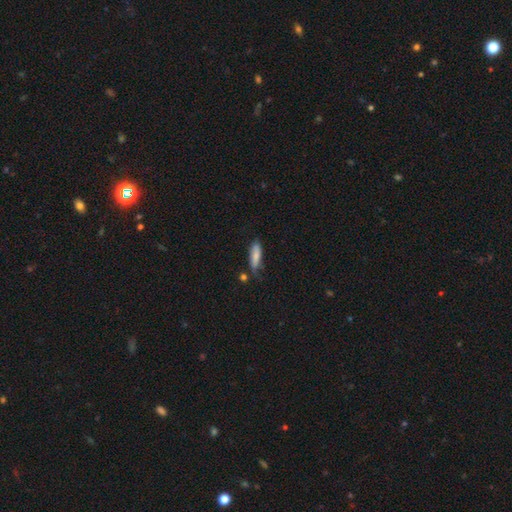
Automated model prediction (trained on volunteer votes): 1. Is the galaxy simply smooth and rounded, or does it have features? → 78% smooth, 15% featured or disk, 7% star or artifact.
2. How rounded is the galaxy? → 55% cigar-shaped, 43% in between, 2% round.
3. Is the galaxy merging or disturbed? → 58% none, 28% minor disturbance, 7% major disturbance, 6% merger.